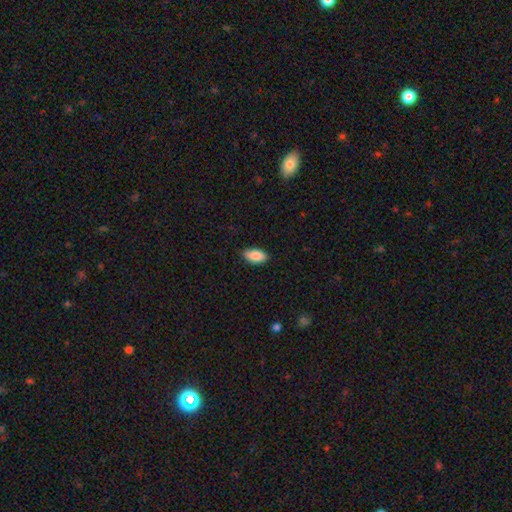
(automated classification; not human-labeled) Smooth or featured?
  - smooth: 89% *
  - star or artifact: 6%
  - featured or disk: 5%
How rounded?
  - in between: 94% *
  - cigar-shaped: 3%
  - round: 3%
Merging?
  - none: 85% *
  - minor disturbance: 12%
  - major disturbance: 2%
  - merger: 1%